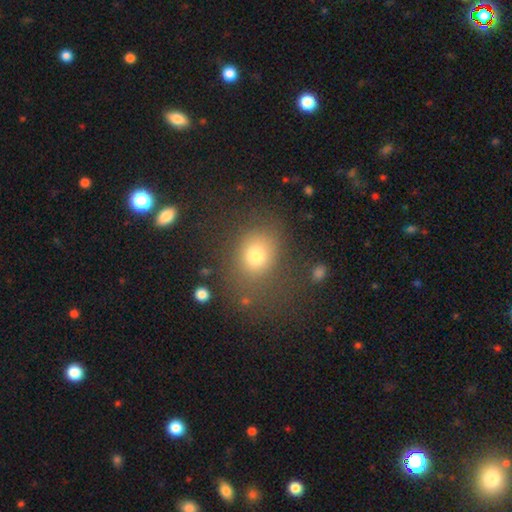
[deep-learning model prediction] This is likely a smooth galaxy (77%). How rounded: possibly round (56%). Merging: likely none (68%).